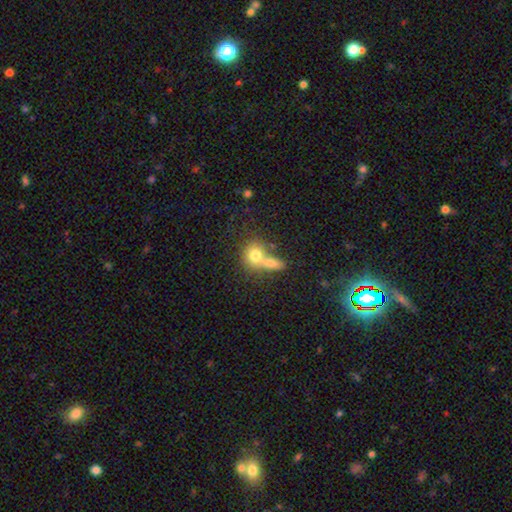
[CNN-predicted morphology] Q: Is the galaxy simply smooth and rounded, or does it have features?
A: smooth — 75%.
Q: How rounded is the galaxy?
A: round — 67%.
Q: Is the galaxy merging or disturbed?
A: merger — 60%.